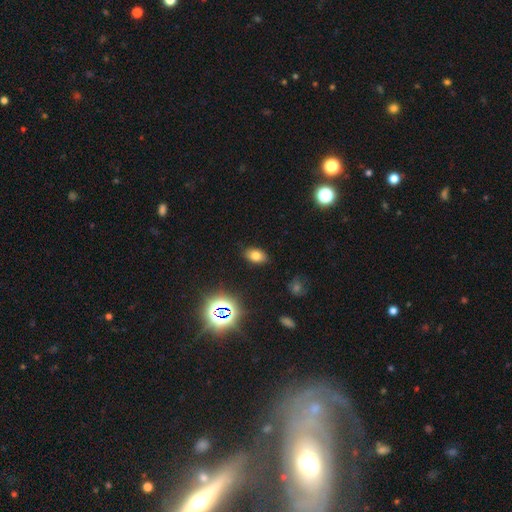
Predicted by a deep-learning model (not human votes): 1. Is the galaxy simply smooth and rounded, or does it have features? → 74% smooth, 17% star or artifact, 8% featured or disk.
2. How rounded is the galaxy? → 88% in between, 11% round, 1% cigar-shaped.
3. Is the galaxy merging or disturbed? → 87% none, 9% minor disturbance, 3% major disturbance, 1% merger.